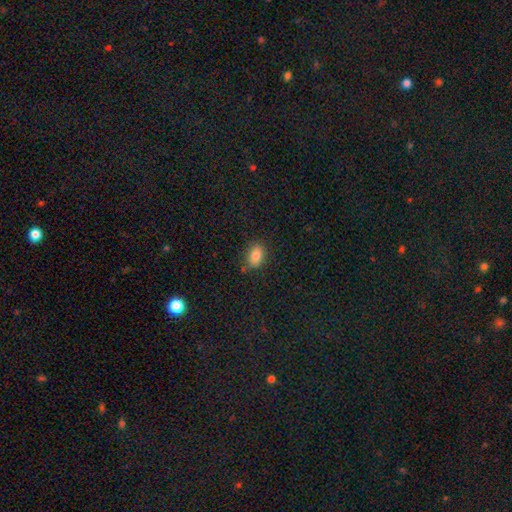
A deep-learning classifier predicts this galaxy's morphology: Q: Smooth or featured?
A: smooth (82%); runner-up: star or artifact (10%)
Q: How rounded?
A: in between (80%); runner-up: round (18%)
Q: Merging?
A: none (80%); runner-up: minor disturbance (14%)